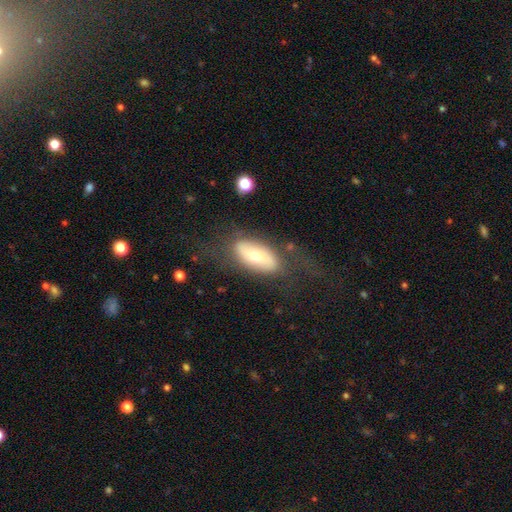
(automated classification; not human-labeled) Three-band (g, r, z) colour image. It shows a smooth galaxy with no disk features (51%) that is in between round and cigar-shaped (85%). Merging: none (60%).